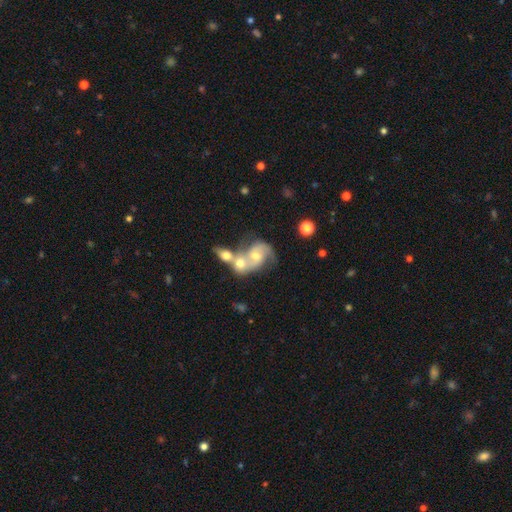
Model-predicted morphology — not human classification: The model was most divided on "spiral winding": medium: 47%, loose: 39%, tight: 14%. More confident: edge-on disk — no (97%); spiral arms — yes (87%); spiral arm count — 2 (84%); smooth or featured — featured or disk (72%); merging — merger (68%); bar — no (62%); bulge size — moderate (60%).